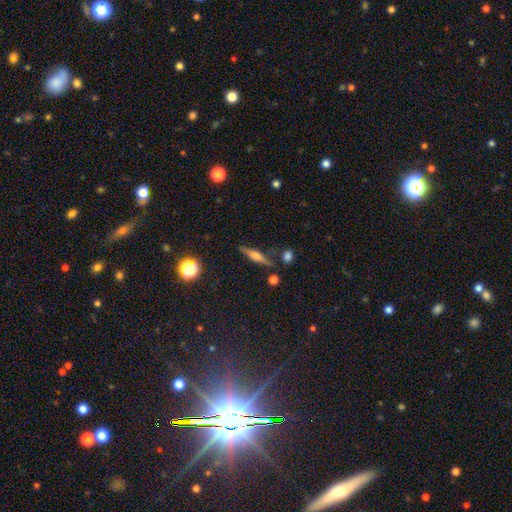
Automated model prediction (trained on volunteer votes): smooth-or-featured: featured or disk: 62% | smooth: 27% | star or artifact: 10%
  disk-edge-on: yes: 95% | no: 5%
    edge-on-bulge: rounded: 74% | boxy: 20% | none: 6%
  merging: none: 81% | minor disturbance: 11% | merger: 4% | major disturbance: 4%